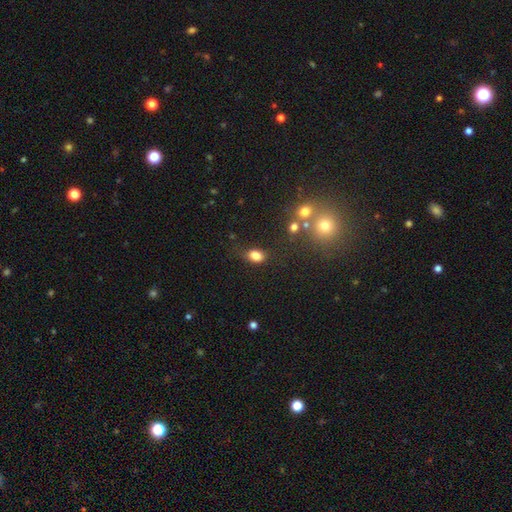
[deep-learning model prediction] Morphology: type=smooth (82%); roundness=in between (74%); merging=none (70%).